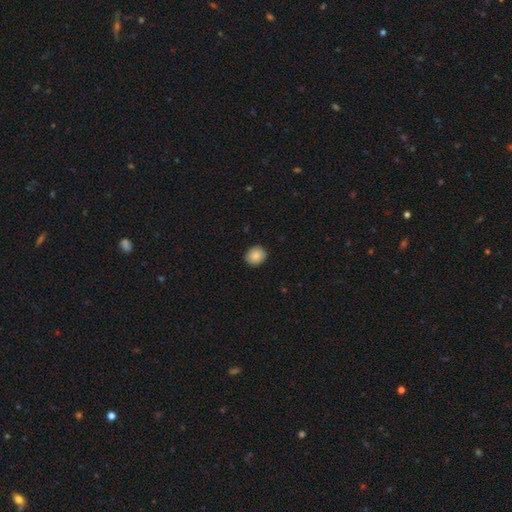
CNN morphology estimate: This is clearly a smooth galaxy (86%). How rounded: likely round (70%). Merging: clearly none (89%).